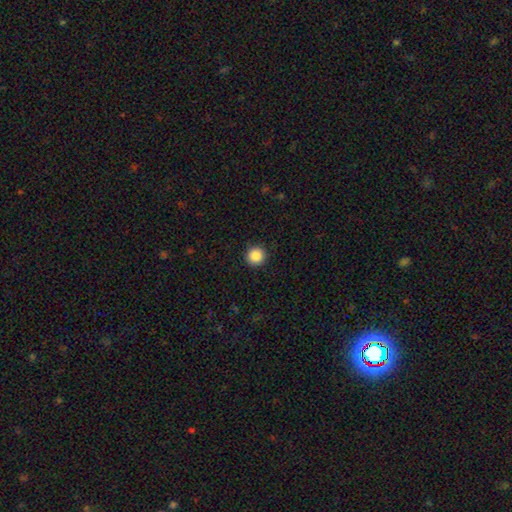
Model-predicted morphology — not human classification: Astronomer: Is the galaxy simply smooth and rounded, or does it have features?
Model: smooth — 87%.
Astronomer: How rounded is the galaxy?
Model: round — 96%.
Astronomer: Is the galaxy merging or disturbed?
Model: none — 92%.